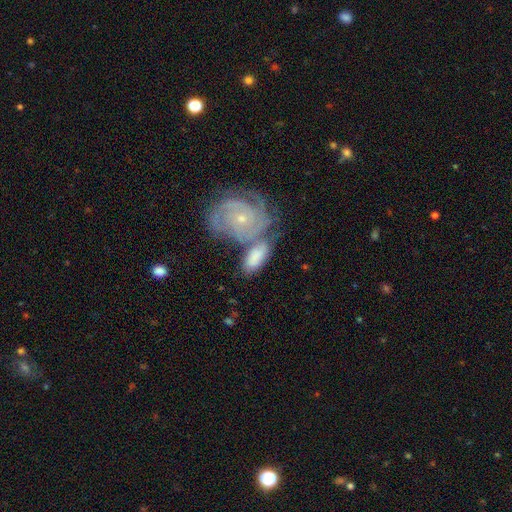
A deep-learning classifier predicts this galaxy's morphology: A featured or disk galaxy (52%). Merging: merger (38%).